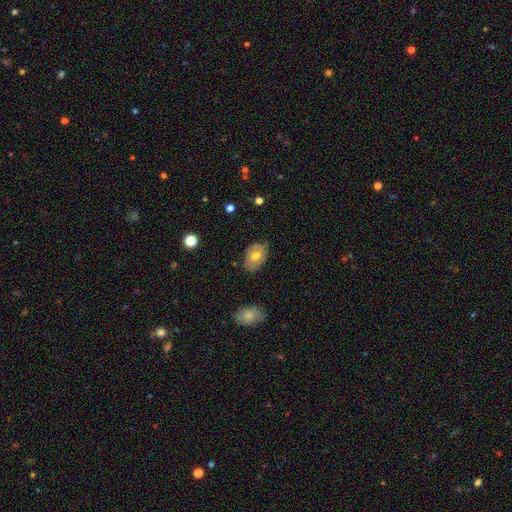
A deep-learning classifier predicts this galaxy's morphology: Smooth or featured? Predicted: smooth (p=0.58). How rounded? Predicted: in between (p=0.82). Merging? Predicted: none (p=0.74).